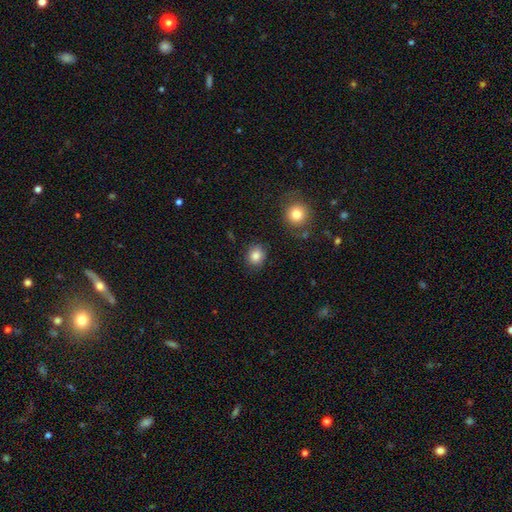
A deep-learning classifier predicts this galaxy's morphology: type=smooth (85%); roundness=round (72%); merging=none (86%).